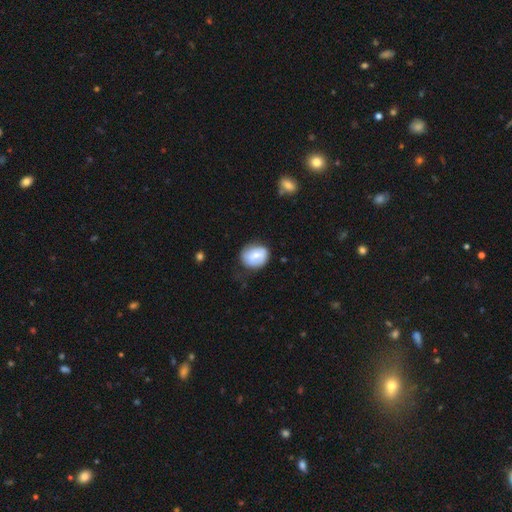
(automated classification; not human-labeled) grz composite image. It shows a smooth galaxy with no disk features (61%) that is round (58%). Merging: none (66%).